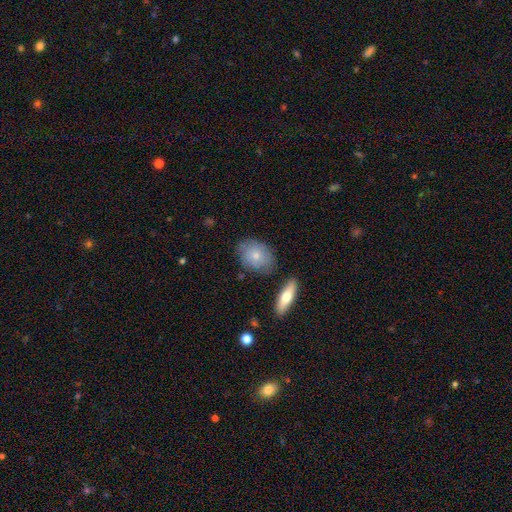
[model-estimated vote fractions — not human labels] A smooth galaxy with no disk features (73%) that is in between round and cigar-shaped (73%).

Vote fractions:
- Smooth or featured? smooth: 73% / featured or disk: 20% / star or artifact: 6%
- How rounded? in between: 73% / round: 25% / cigar-shaped: 2%
- Merging? none: 73% / minor disturbance: 18% / merger: 5% / major disturbance: 4%